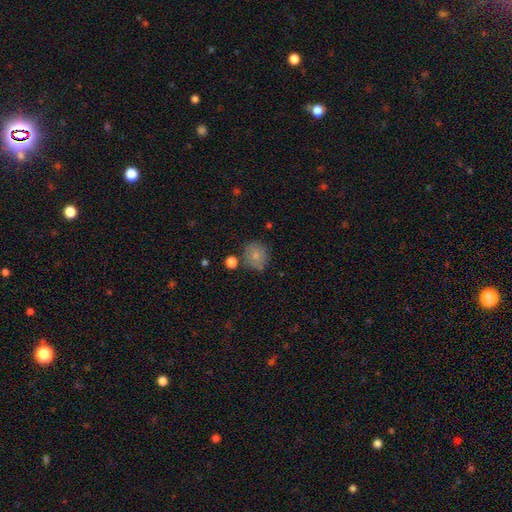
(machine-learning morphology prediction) Smooth or featured?
  - smooth: 78% *
  - featured or disk: 13%
  - star or artifact: 9%
How rounded?
  - round: 77% *
  - in between: 22%
  - cigar-shaped: 1%
Merging?
  - none: 70% *
  - minor disturbance: 18%
  - merger: 7%
  - major disturbance: 5%